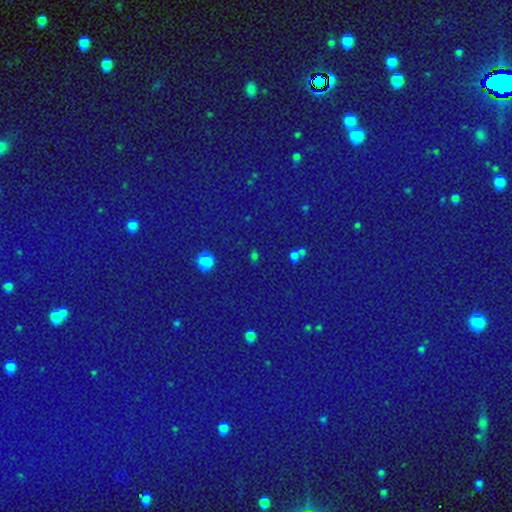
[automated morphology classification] Q: Smooth or featured?
A: star or artifact (78%); runner-up: smooth (14%)